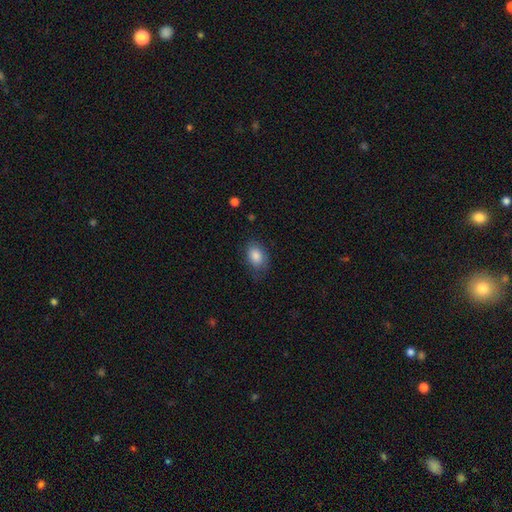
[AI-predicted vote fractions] A smooth galaxy with no disk features (84%) that is in between round and cigar-shaped (82%).

Vote fractions:
- Smooth or featured? smooth: 84% / featured or disk: 8% / star or artifact: 7%
- How rounded? in between: 82% / round: 17% / cigar-shaped: 1%
- Merging? none: 72% / minor disturbance: 21% / major disturbance: 6% / merger: 1%